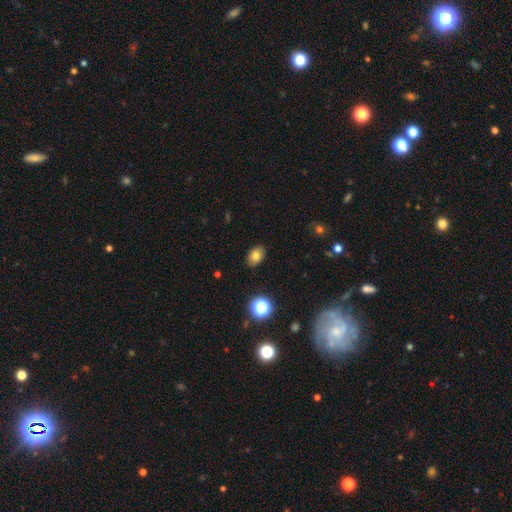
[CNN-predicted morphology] This appears to be a smooth galaxy with no disk features (78%) that is in between round and cigar-shaped (83%). Merging: none (88%).